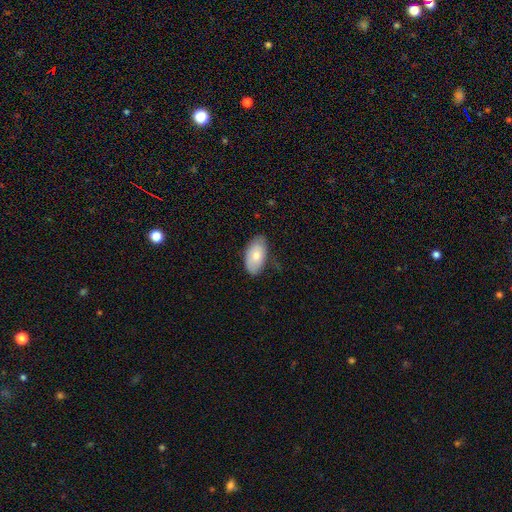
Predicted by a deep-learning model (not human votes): Smooth or featured: smooth — 73% (featured or disk — 20%)
How rounded: in between — 95% (round — 3%)
Merging: none — 74% (minor disturbance — 21%)